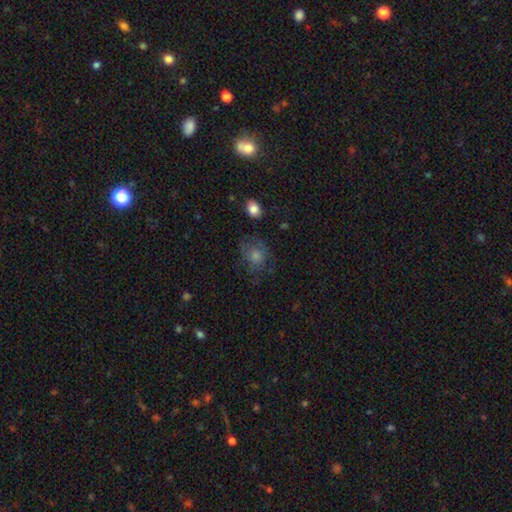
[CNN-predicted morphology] Smooth or featured?
  - smooth: 57% *
  - featured or disk: 22%
  - star or artifact: 21%
How rounded?
  - round: 68% *
  - in between: 31%
  - cigar-shaped: 1%
Merging?
  - none: 64% *
  - minor disturbance: 21%
  - major disturbance: 13%
  - merger: 2%